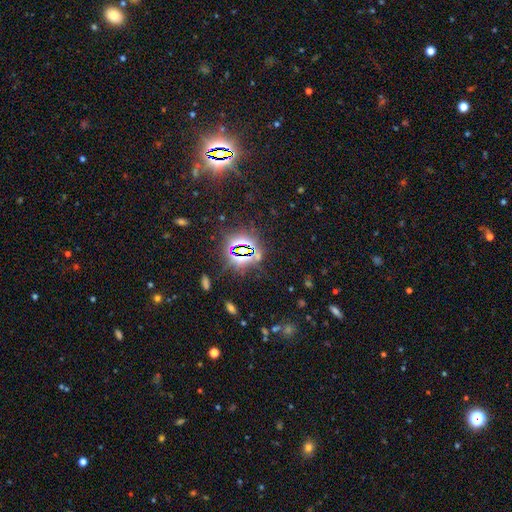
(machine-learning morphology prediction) smooth_or_featured: star or artifact (p=0.81) [alt: smooth p=0.11]